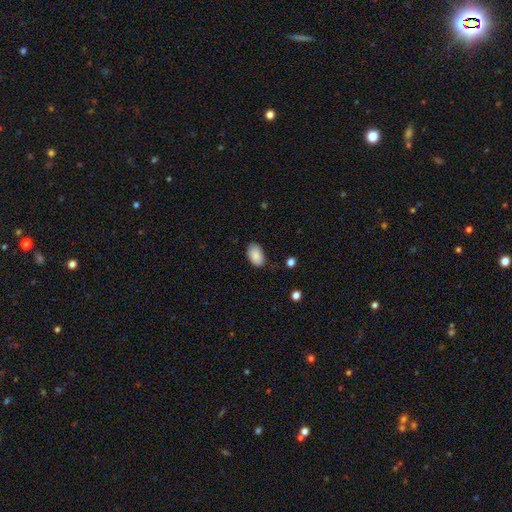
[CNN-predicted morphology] Q: Smooth or featured?
A: smooth (87%); runner-up: star or artifact (7%)
Q: How rounded?
A: in between (94%); runner-up: round (5%)
Q: Merging?
A: none (80%); runner-up: minor disturbance (15%)